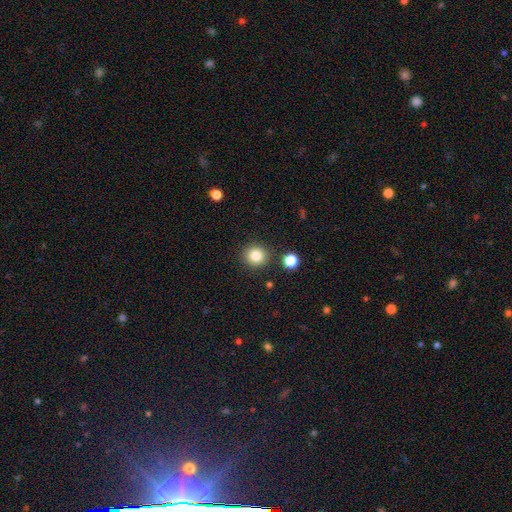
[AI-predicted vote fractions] This appears to be a smooth galaxy with no disk features (83%) that is round (91%). Merging: none (88%).